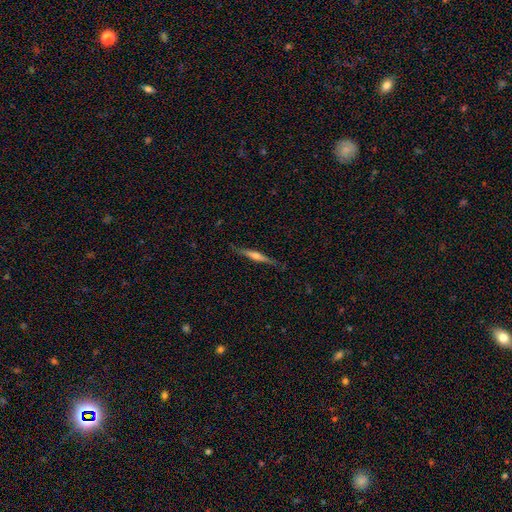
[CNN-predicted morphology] Smooth or featured? Predicted: featured or disk (p=0.71). Edge-on disk? Predicted: yes (p=0.98). Edge-on bulge? Predicted: rounded (p=0.81). Merging? Predicted: none (p=0.87).